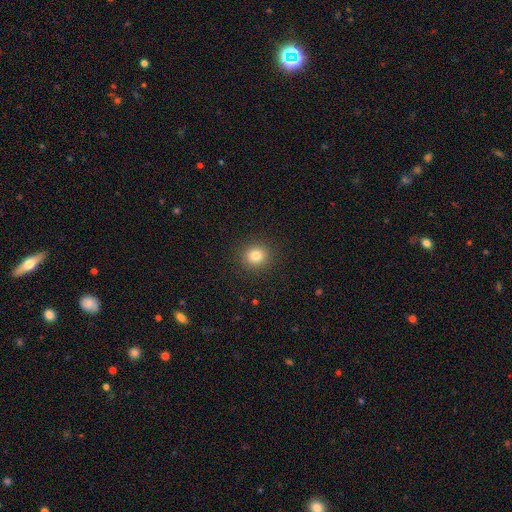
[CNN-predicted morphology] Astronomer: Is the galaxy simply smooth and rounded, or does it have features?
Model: smooth — 82%.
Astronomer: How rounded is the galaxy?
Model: round — 88%.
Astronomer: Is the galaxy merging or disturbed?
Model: none — 91%.